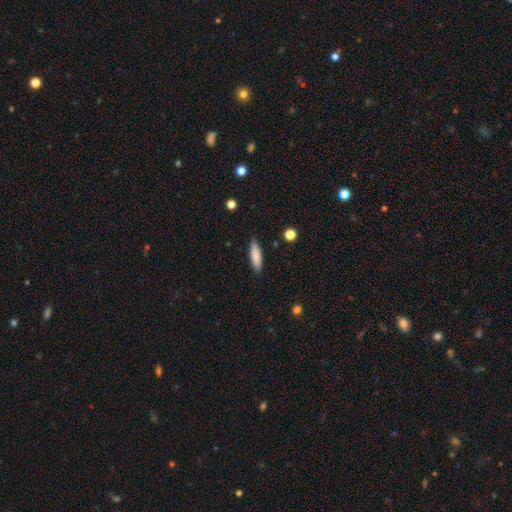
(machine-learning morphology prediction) Q: Smooth or featured?
A: smooth (84%); runner-up: featured or disk (10%)
Q: How rounded?
A: cigar-shaped (60%); runner-up: in between (38%)
Q: Merging?
A: none (88%); runner-up: minor disturbance (9%)